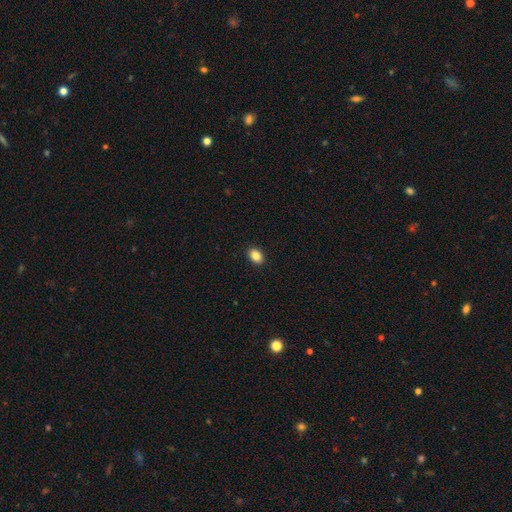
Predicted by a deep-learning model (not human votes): A smooth galaxy with no disk features (86%) that is in between round and cigar-shaped (72%).

Vote fractions:
- Smooth or featured? smooth: 86% / star or artifact: 9% / featured or disk: 5%
- How rounded? in between: 72% / round: 27% / cigar-shaped: 1%
- Merging? none: 91% / minor disturbance: 7% / major disturbance: 2% / merger: 1%